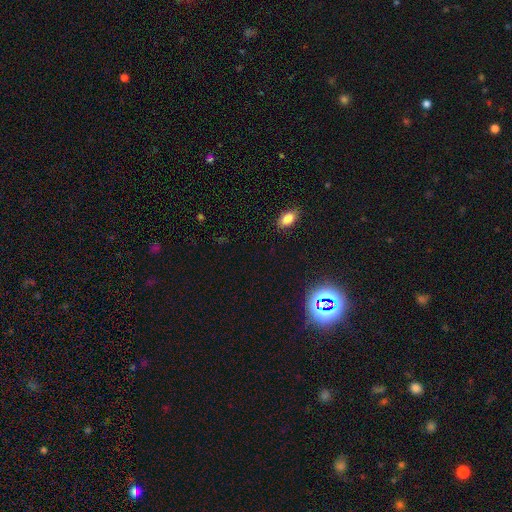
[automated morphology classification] Smooth or featured: smooth — 50% (star or artifact — 42%)
Merging: none — 83% (minor disturbance — 10%)